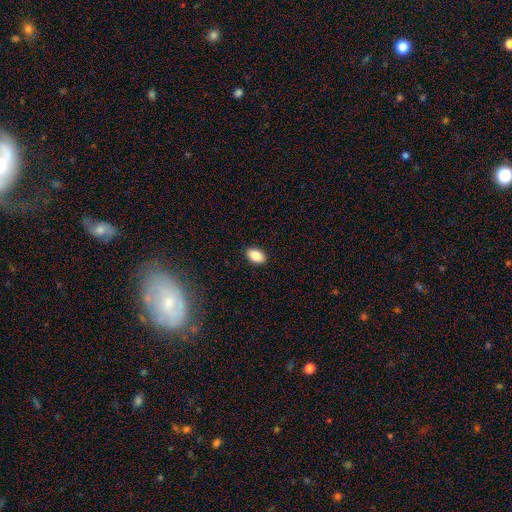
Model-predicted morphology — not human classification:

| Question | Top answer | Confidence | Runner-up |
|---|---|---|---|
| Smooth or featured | smooth | 86% | star or artifact (8%) |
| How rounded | in between | 90% | round (8%) |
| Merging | none | 89% | minor disturbance (8%) |